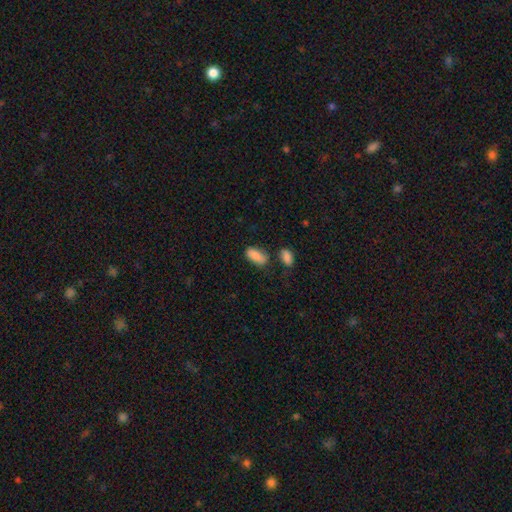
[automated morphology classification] Smooth or featured?
  - smooth: 85% *
  - featured or disk: 8%
  - star or artifact: 7%
How rounded?
  - in between: 87% *
  - cigar-shaped: 10%
  - round: 3%
Merging?
  - none: 69% *
  - minor disturbance: 18%
  - merger: 9%
  - major disturbance: 5%